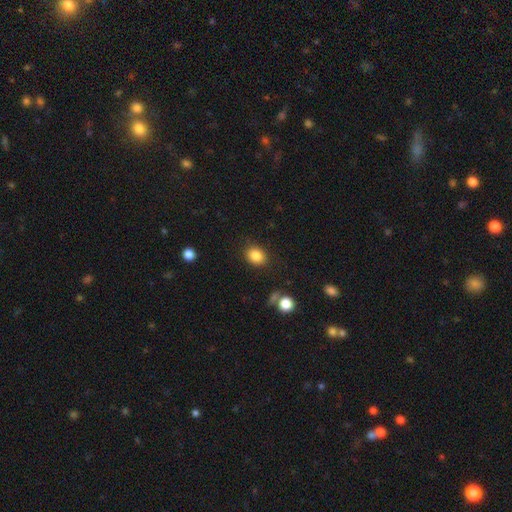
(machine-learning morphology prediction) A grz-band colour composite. It shows a smooth galaxy with no disk features (85%) that is in between round and cigar-shaped (51%). Merging: none (84%).